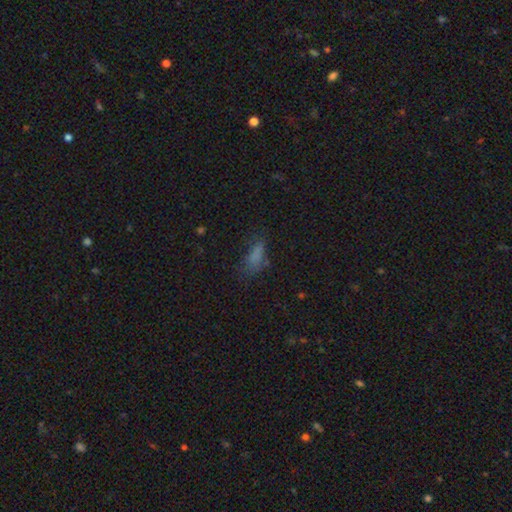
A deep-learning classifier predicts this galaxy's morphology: type=smooth (70%); roundness=in between (70%); merging=none (52%).